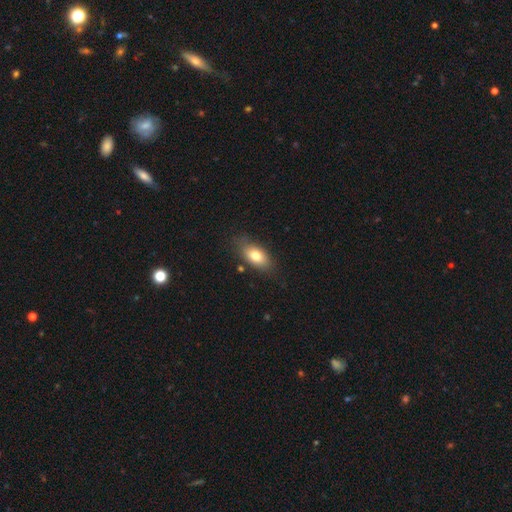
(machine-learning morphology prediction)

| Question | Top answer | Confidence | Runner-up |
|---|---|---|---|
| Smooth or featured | smooth | 77% | featured or disk (15%) |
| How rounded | in between | 87% | round (7%) |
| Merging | none | 76% | minor disturbance (18%) |